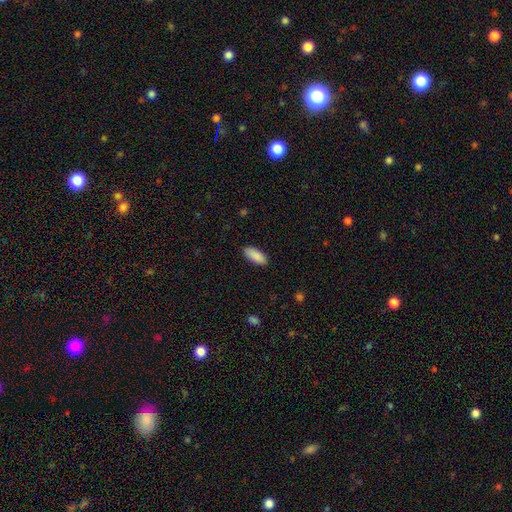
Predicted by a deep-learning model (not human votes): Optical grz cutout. It shows a smooth galaxy with no disk features (90%) that is in between round and cigar-shaped (83%). Merging: none (89%).